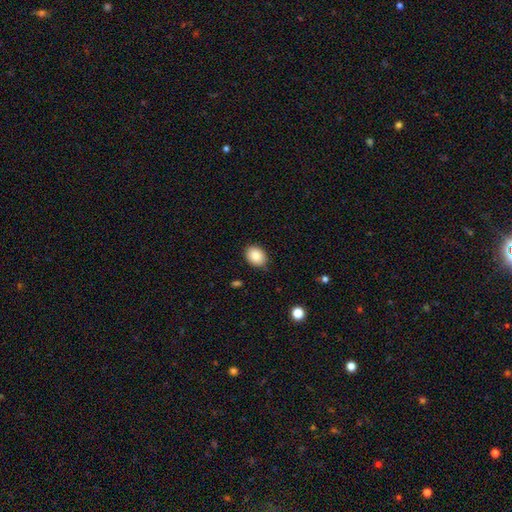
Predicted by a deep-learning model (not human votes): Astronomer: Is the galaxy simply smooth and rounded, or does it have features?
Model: smooth — 88%.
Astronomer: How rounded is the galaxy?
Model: in between — 60% (runner-up: round, 39%).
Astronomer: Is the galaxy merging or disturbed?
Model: none — 85%.